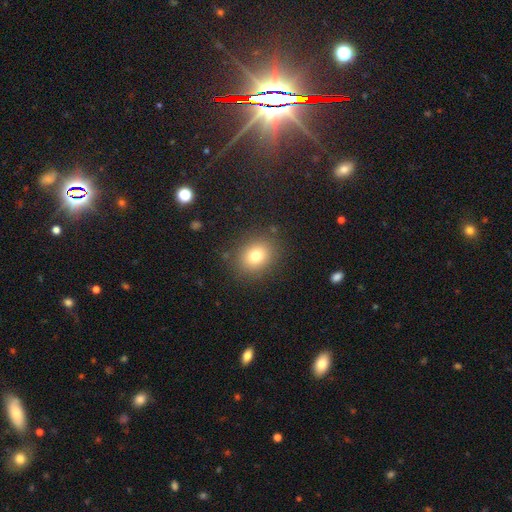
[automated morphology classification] The model was most divided on "how rounded": round: 67%, in between: 32%, cigar-shaped: 1%. More confident: merging — none (86%); smooth or featured — smooth (77%).